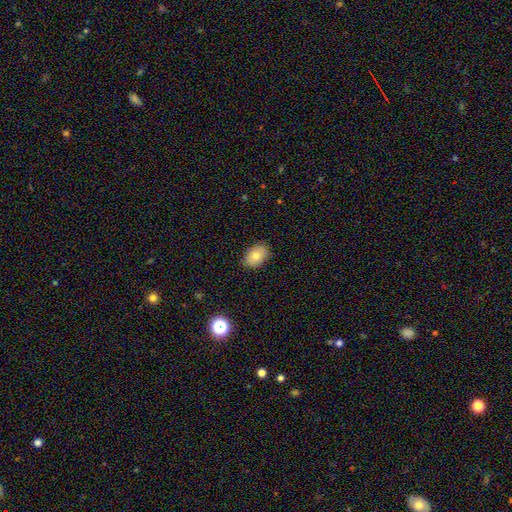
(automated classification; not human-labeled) Overall: smooth (76%). How rounded: in between (81%). Merging: none (87%).